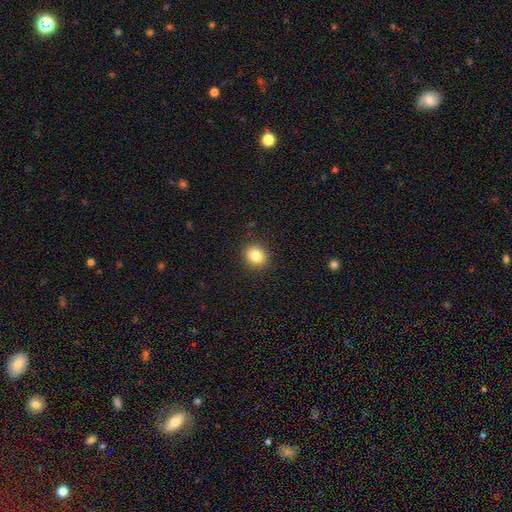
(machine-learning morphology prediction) Smooth or featured? Predicted: smooth (p=0.82). How rounded? Predicted: round (p=0.70). Merging? Predicted: none (p=0.90).